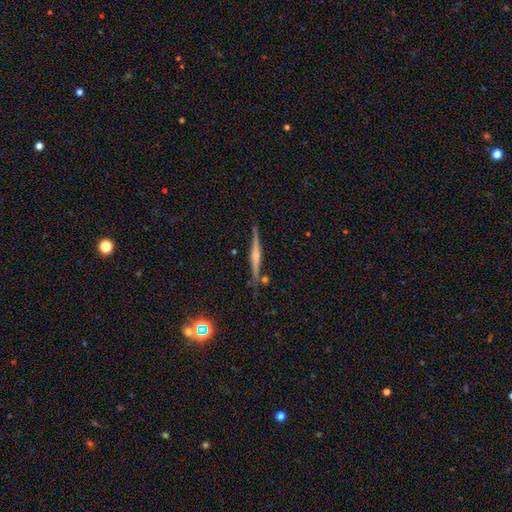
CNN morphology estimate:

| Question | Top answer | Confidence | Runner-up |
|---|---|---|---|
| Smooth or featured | featured or disk | 71% | smooth (20%) |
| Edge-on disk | yes | 97% | no (3%) |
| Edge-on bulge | rounded | 68% | none (17%) |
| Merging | none | 82% | minor disturbance (11%) |